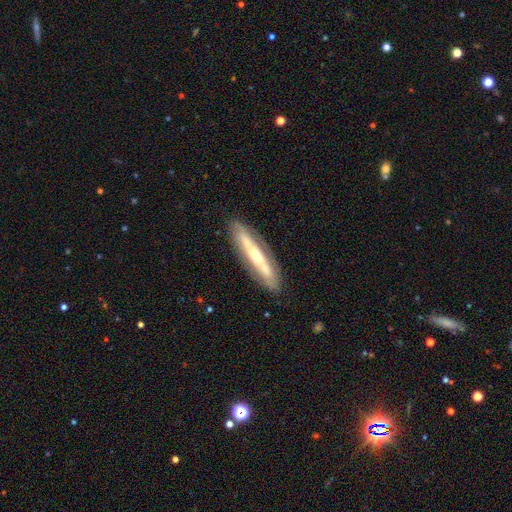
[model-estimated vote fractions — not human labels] Smooth or featured? featured or disk (65%)
Edge-on disk? yes (61%)
Merging? none (83%)